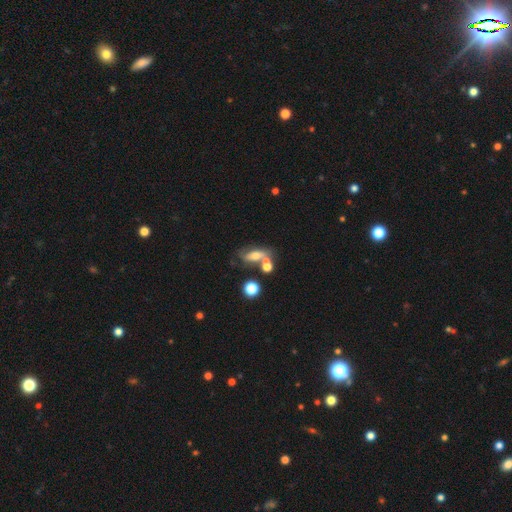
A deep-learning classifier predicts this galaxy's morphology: This is possibly a smooth galaxy (49%). Merging: marginally none (41%).